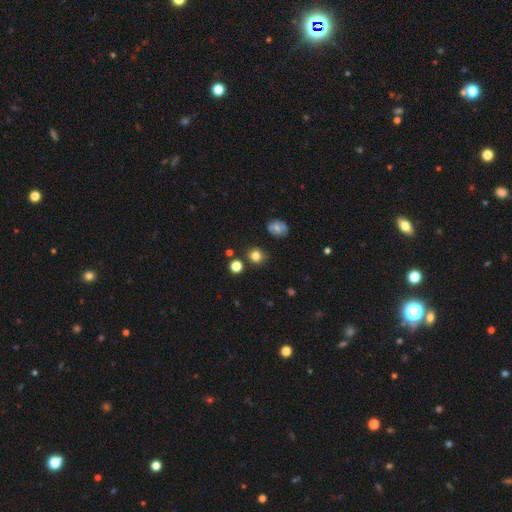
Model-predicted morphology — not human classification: Smooth or featured?
  - smooth: 79% *
  - star or artifact: 15%
  - featured or disk: 6%
How rounded?
  - round: 86% *
  - in between: 13%
  - cigar-shaped: 1%
Merging?
  - none: 85% *
  - minor disturbance: 8%
  - merger: 4%
  - major disturbance: 3%